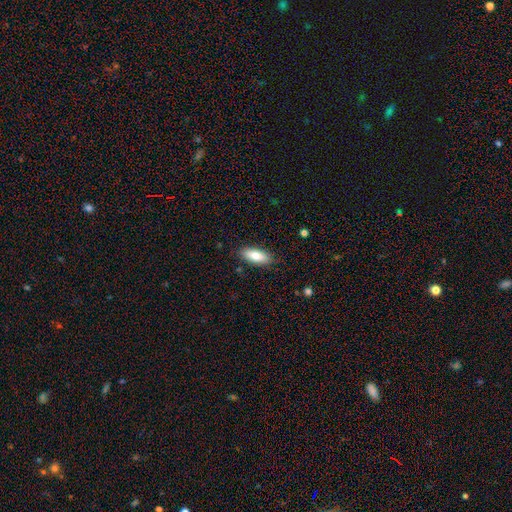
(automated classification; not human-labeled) Smooth or featured? Predicted: smooth (p=0.80). How rounded? Predicted: in between (p=0.75). Merging? Predicted: none (p=0.86).